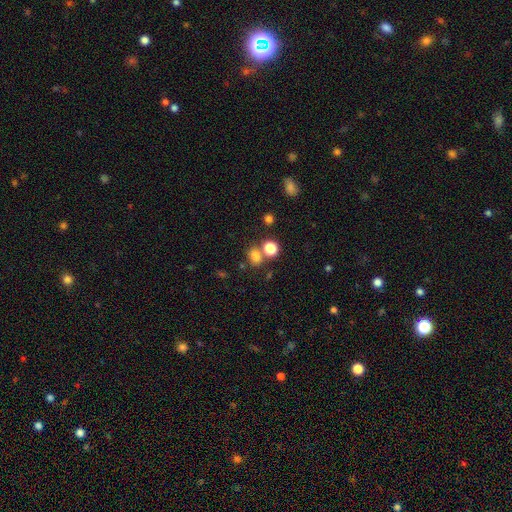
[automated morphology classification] A smooth galaxy with no disk features (75%) that is round (51%). Merging: none (60%).